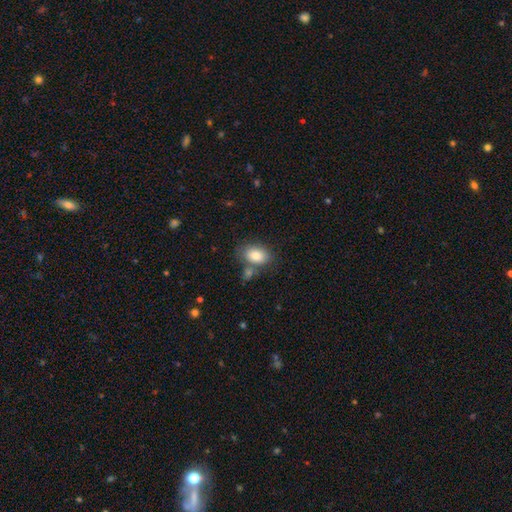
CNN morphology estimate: Q: Smooth or featured?
A: smooth (83%); runner-up: featured or disk (9%)
Q: How rounded?
A: in between (85%); runner-up: round (13%)
Q: Merging?
A: none (63%); runner-up: merger (18%)